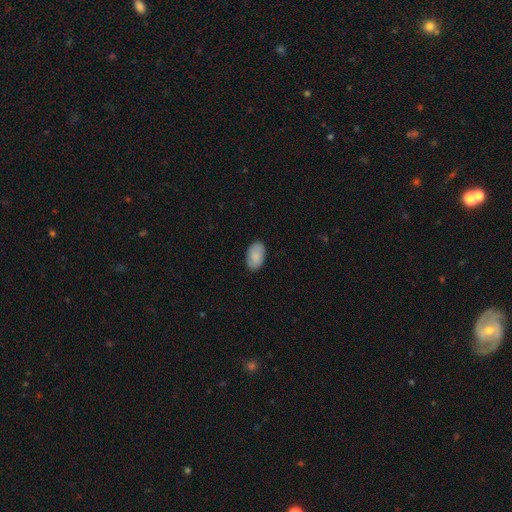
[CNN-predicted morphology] Overall: smooth (85%). How rounded: in between (93%). Merging: none (87%).